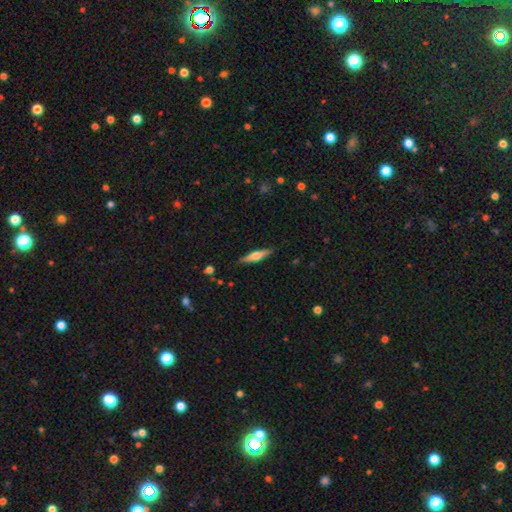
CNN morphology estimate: featured or disk 54%, smooth 40%, star or artifact 6%. Down the decision tree: edge-on disk — yes (96%); edge-on bulge — rounded (86%); merging — none (89%).